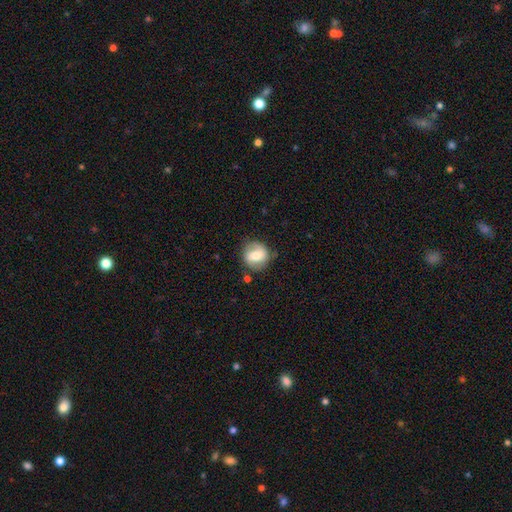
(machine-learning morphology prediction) smooth_or_featured: smooth (p=0.54) [alt: featured or disk p=0.39]
how_rounded: round (p=0.80) [alt: in between p=0.19]
merging: none (p=0.74) [alt: minor disturbance p=0.17]